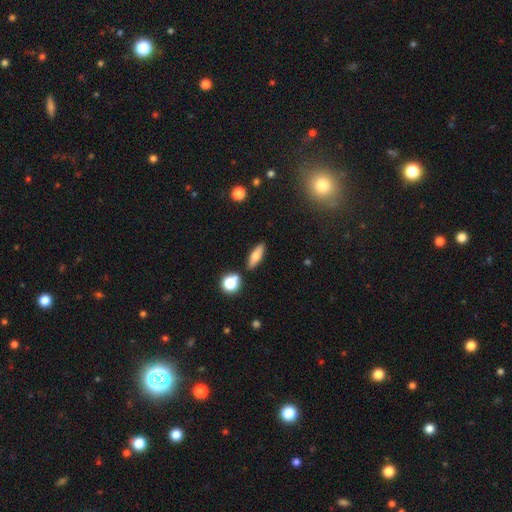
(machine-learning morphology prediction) Smooth or featured? smooth (68%)
How rounded? in between (57%)
Merging? none (83%)